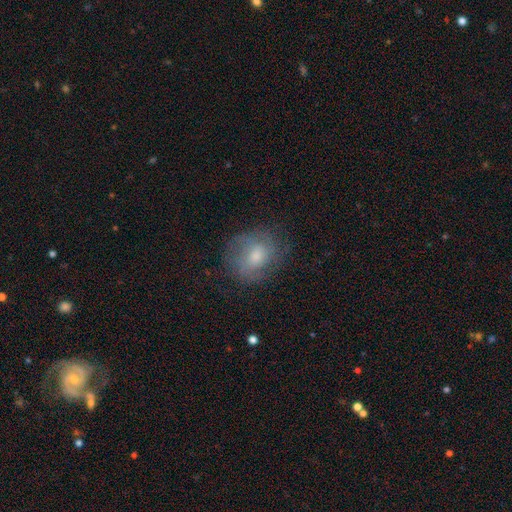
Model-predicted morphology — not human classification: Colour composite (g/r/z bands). It shows a smooth galaxy with no disk features (47%). Merging: none (71%).